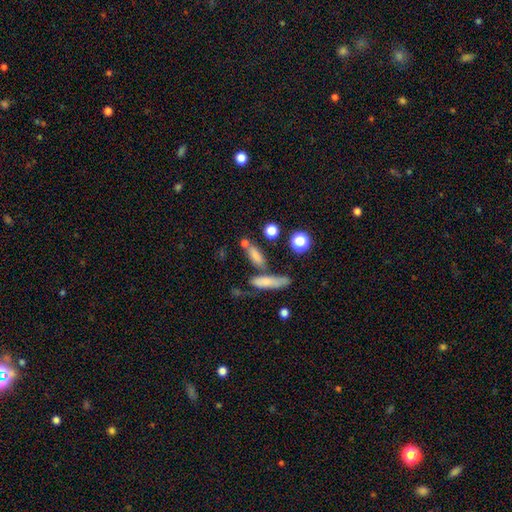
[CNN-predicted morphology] smooth 73%, featured or disk 15%, star or artifact 12%. Down the decision tree: how rounded — cigar-shaped (48%); merging — none (57%).